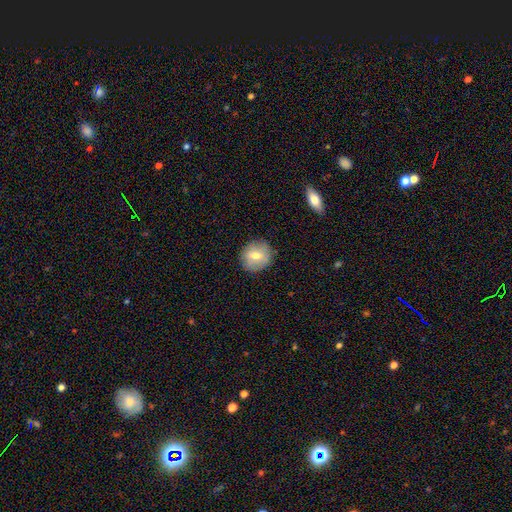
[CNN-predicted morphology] A smooth galaxy with no disk features (64%) that is round (85%). Merging: none (86%).